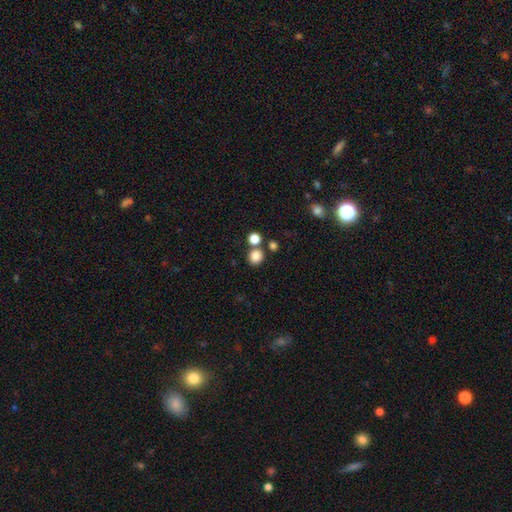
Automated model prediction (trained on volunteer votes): smooth 84%, star or artifact 12%, featured or disk 5%. Down the decision tree: how rounded — round (81%); merging — none (71%).